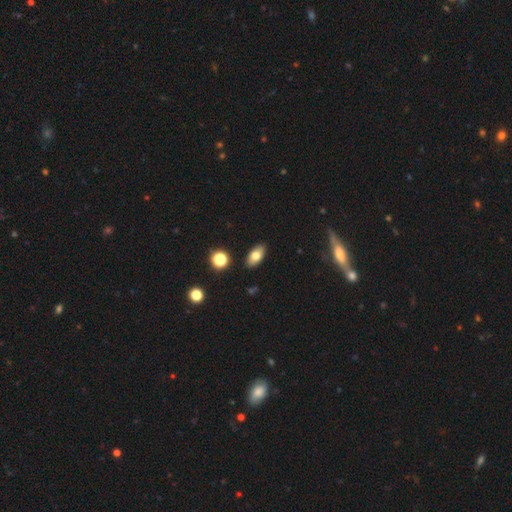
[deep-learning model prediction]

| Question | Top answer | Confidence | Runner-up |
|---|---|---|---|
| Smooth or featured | smooth | 77% | featured or disk (14%) |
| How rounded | in between | 89% | round (6%) |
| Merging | none | 88% | minor disturbance (8%) |